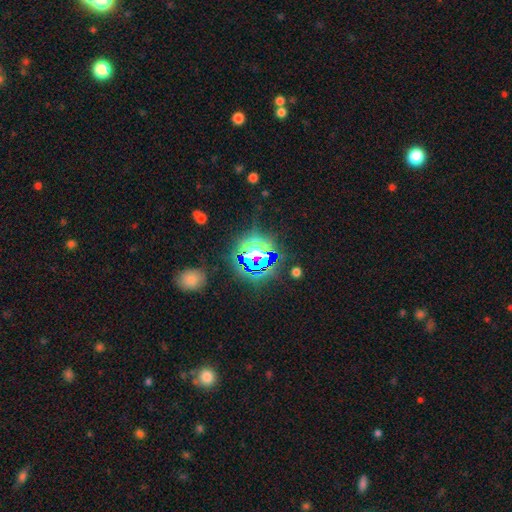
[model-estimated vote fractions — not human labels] Q: Smooth or featured?
A: star or artifact (75%); runner-up: smooth (15%)